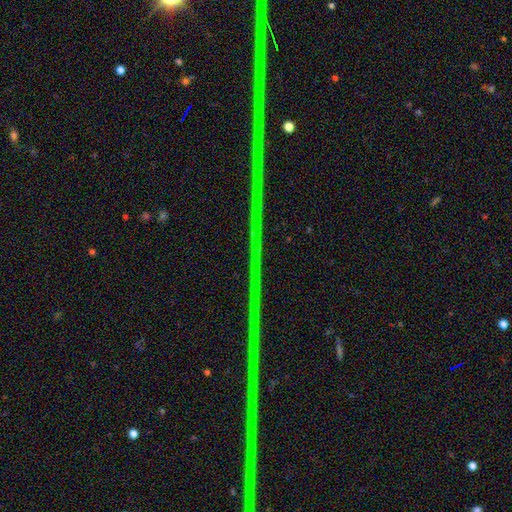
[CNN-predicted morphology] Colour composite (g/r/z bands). It shows a star or artifact, not a galaxy (91%).